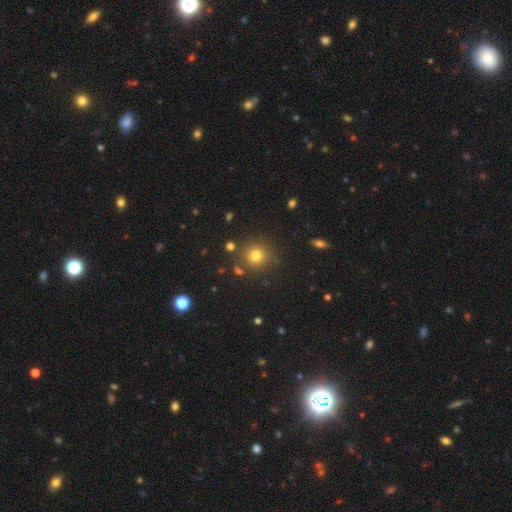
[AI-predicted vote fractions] The model was most divided on "smooth or featured": smooth: 77%, star or artifact: 16%, featured or disk: 7%. More confident: how rounded — round (92%); merging — none (84%).